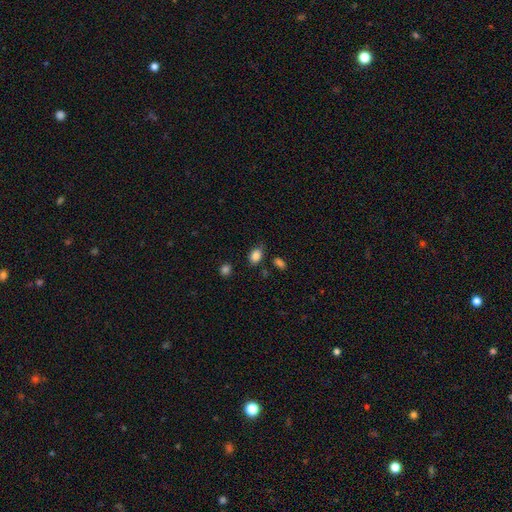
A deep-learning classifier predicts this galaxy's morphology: This is clearly a smooth galaxy (85%). How rounded: likely in between (76%). Merging: likely none (74%).